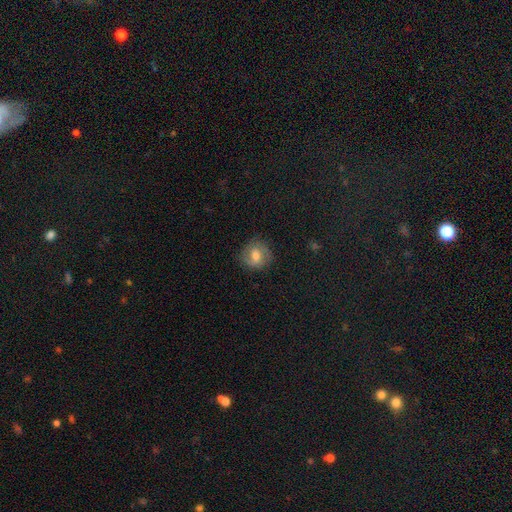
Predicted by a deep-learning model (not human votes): Q: Smooth or featured?
A: smooth (50%); runner-up: featured or disk (41%)
Q: How rounded?
A: round (77%); runner-up: in between (22%)
Q: Merging?
A: none (76%); runner-up: minor disturbance (16%)